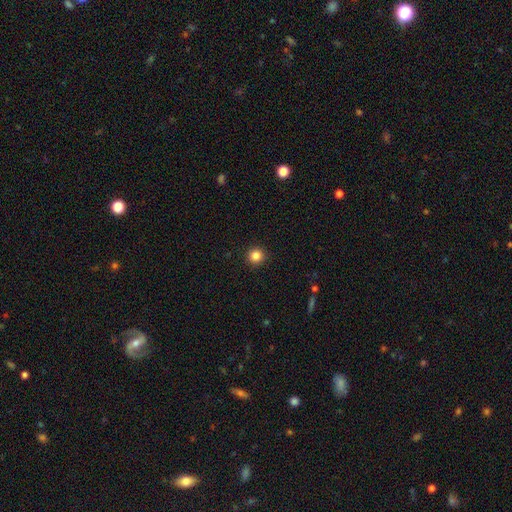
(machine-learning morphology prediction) Smooth or featured? smooth (84%)
How rounded? round (95%)
Merging? none (93%)